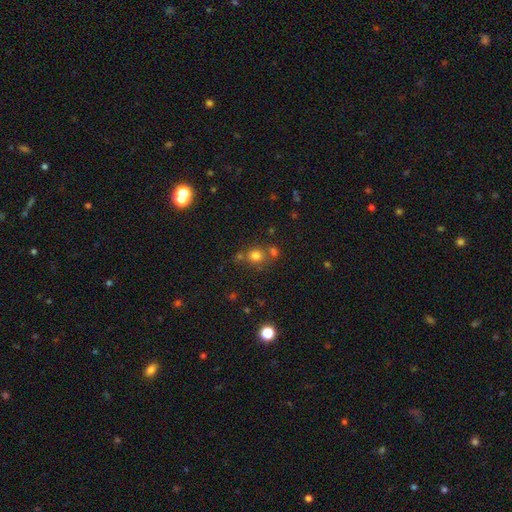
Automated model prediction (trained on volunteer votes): Smooth or featured? smooth (74%)
How rounded? round (83%)
Merging? none (63%)